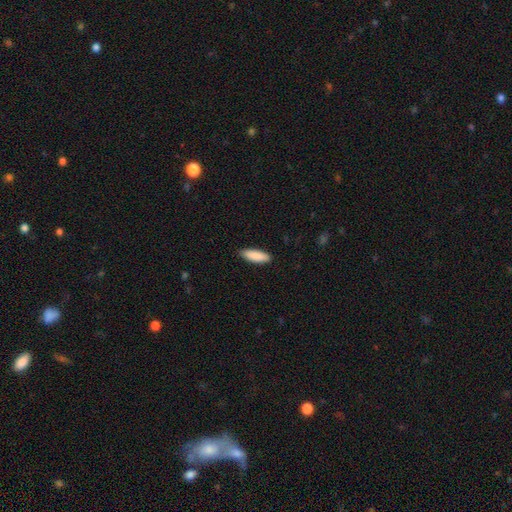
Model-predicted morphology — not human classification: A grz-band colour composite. It shows a smooth galaxy with no disk features (89%) that is in between round and cigar-shaped (54%). Merging: none (87%).